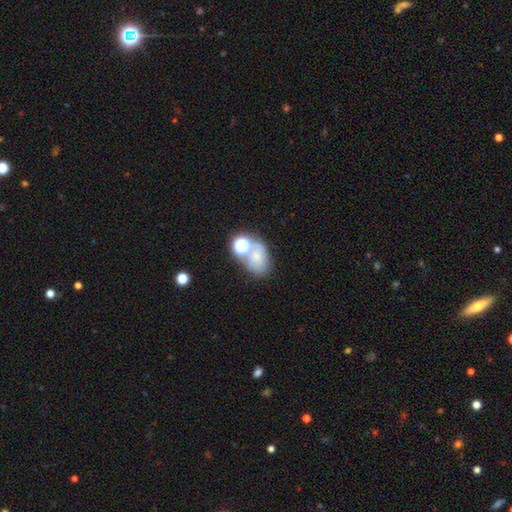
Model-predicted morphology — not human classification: smooth_or_featured: smooth (p=0.59) [alt: featured or disk p=0.22]
how_rounded: in between (p=0.69) [alt: round p=0.30]
merging: none (p=0.38) [alt: merger p=0.35]